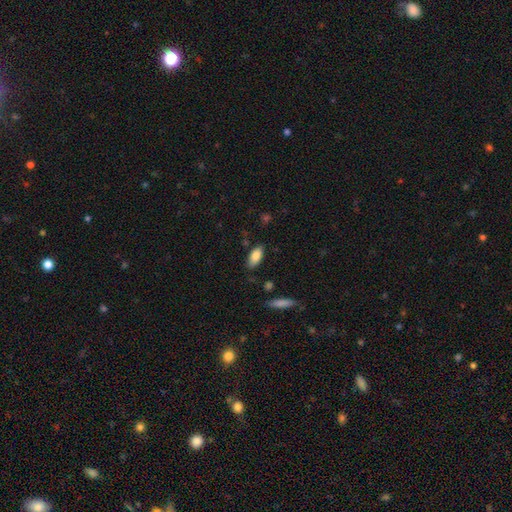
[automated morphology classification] smooth 85%, featured or disk 8%, star or artifact 7%. Down the decision tree: how rounded — in between (88%); merging — none (82%).